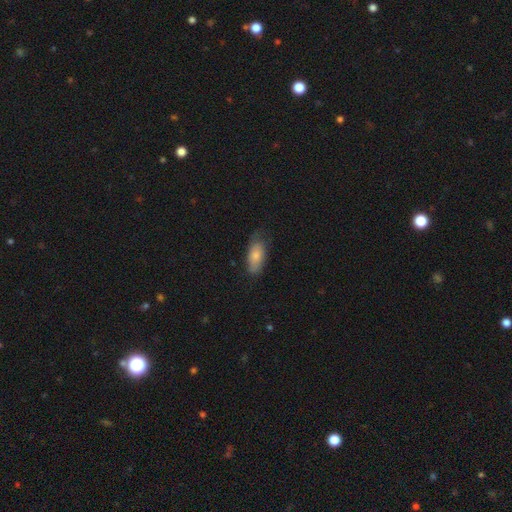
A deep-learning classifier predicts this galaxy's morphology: smooth_or_featured: smooth (p=0.76) [alt: featured or disk p=0.17]
how_rounded: in between (p=0.87) [alt: cigar-shaped p=0.11]
merging: none (p=0.63) [alt: minor disturbance p=0.28]